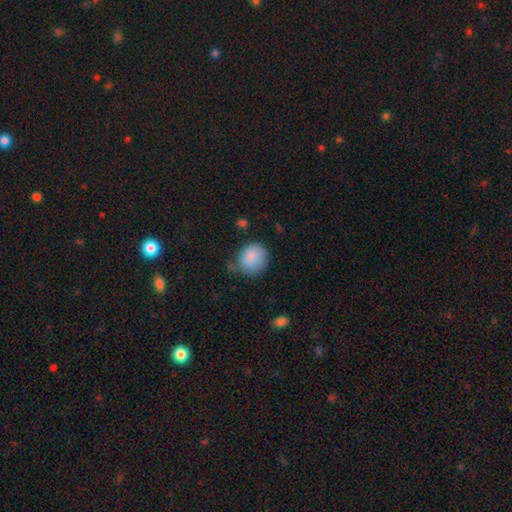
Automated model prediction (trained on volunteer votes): smooth 87%, star or artifact 8%, featured or disk 5%. Down the decision tree: how rounded — round (75%); merging — none (62%).